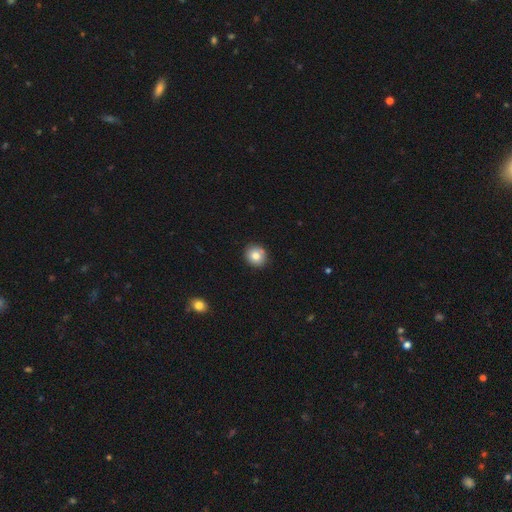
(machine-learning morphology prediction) smooth 80%, featured or disk 10%, star or artifact 10%. Down the decision tree: how rounded — round (85%); merging — none (87%).